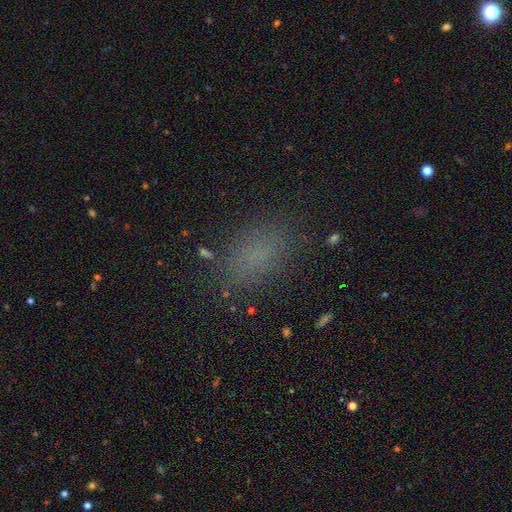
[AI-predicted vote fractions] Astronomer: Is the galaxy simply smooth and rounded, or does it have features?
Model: smooth — 76%.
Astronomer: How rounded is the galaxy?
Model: in between — 86%.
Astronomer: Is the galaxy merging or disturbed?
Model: none — 81%.